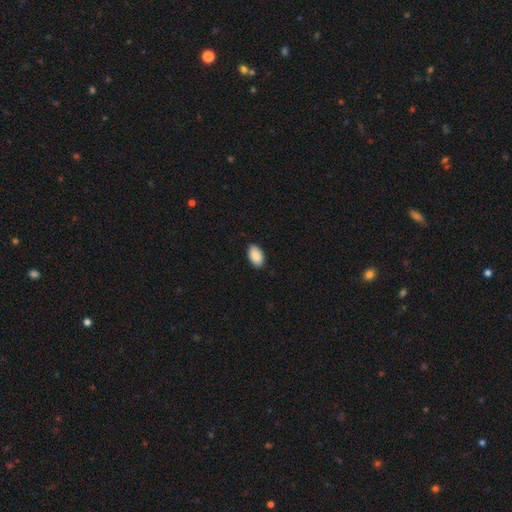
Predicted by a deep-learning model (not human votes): smooth 90%, star or artifact 6%, featured or disk 4%. Down the decision tree: how rounded — in between (94%); merging — none (87%).